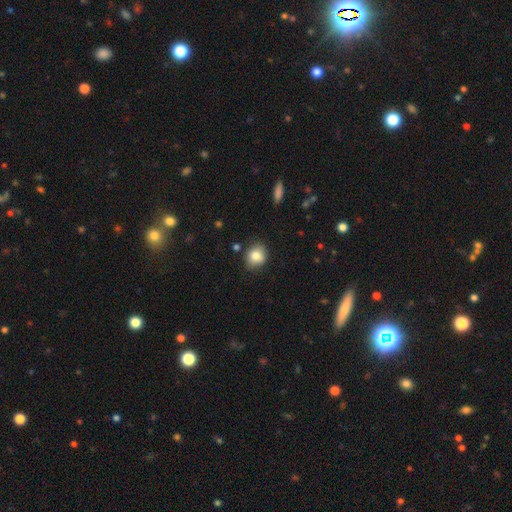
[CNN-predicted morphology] A smooth galaxy with no disk features (80%) that is round (65%).

Vote fractions:
- Smooth or featured? smooth: 80% / featured or disk: 11% / star or artifact: 9%
- How rounded? round: 65% / in between: 34% / cigar-shaped: 1%
- Merging? none: 79% / minor disturbance: 15% / major disturbance: 3% / merger: 3%